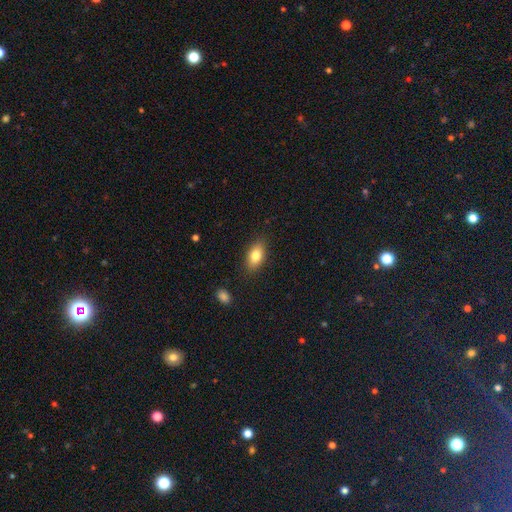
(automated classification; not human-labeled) Smooth or featured: smooth — 79% (featured or disk — 13%)
How rounded: in between — 87% (round — 8%)
Merging: none — 86% (minor disturbance — 11%)